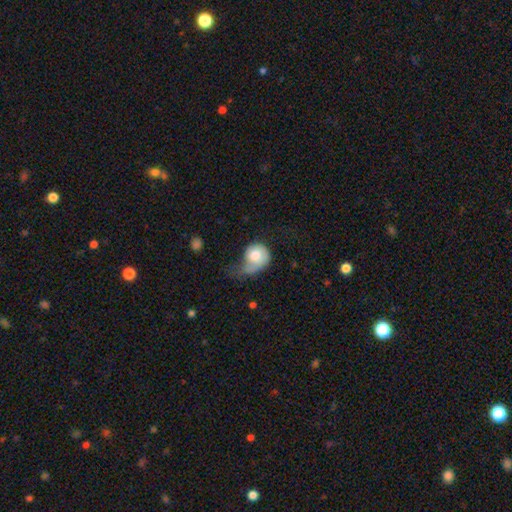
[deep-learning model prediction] A smooth galaxy with no disk features (71%) that is round (72%).

Vote fractions:
- Smooth or featured? smooth: 71% / featured or disk: 23% / star or artifact: 6%
- How rounded? round: 72% / in between: 27% / cigar-shaped: 1%
- Merging? major disturbance: 52% / minor disturbance: 25% / none: 17% / merger: 6%